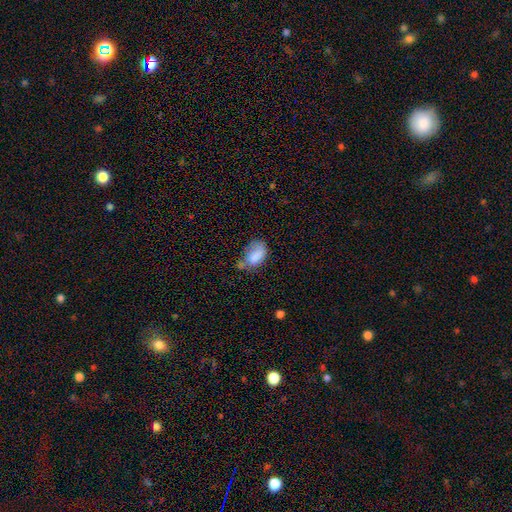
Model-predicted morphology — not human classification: A smooth galaxy with no disk features (78%) that is in between round and cigar-shaped (89%).

Vote fractions:
- Smooth or featured? smooth: 78% / featured or disk: 13% / star or artifact: 9%
- How rounded? in between: 89% / round: 9% / cigar-shaped: 2%
- Merging? minor disturbance: 35% / none: 34% / major disturbance: 20% / merger: 12%